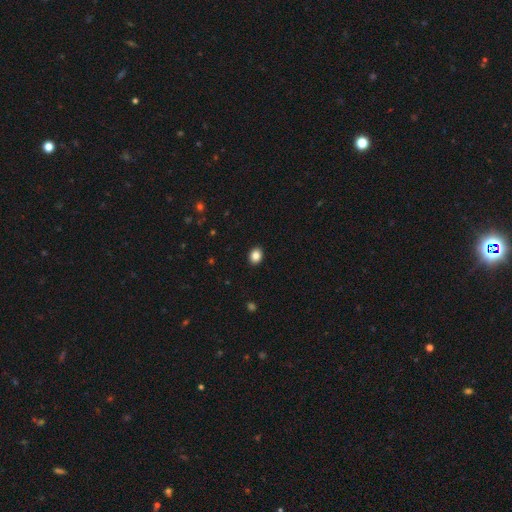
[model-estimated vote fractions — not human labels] The model was most divided on "how rounded": in between: 53%, round: 46%, cigar-shaped: 1%. More confident: merging — none (91%); smooth or featured — smooth (86%).